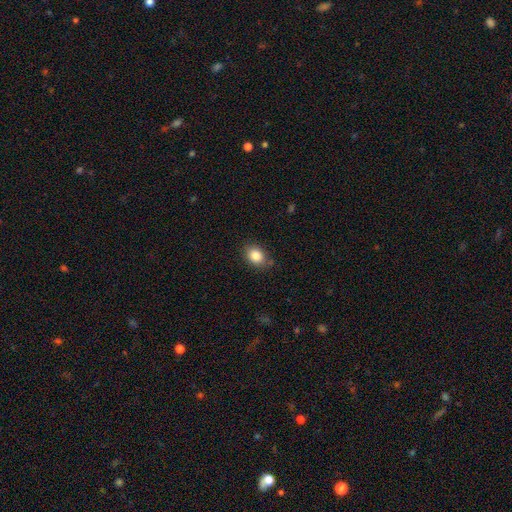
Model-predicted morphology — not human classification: A smooth galaxy with no disk features (85%) that is in between round and cigar-shaped (61%). Merging: none (81%).